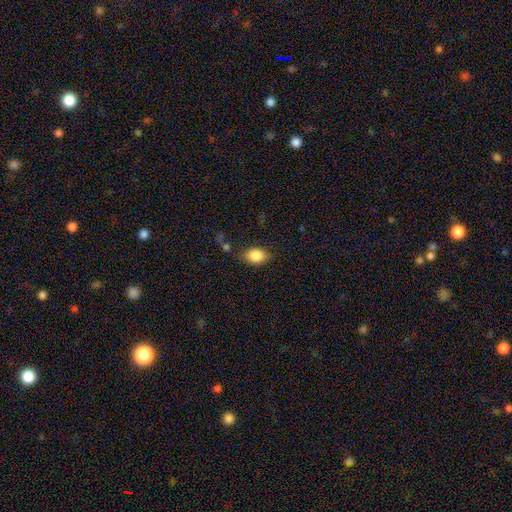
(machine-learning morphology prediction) This appears to be a smooth galaxy with no disk features (84%) that is in between round and cigar-shaped (69%). Merging: none (75%).